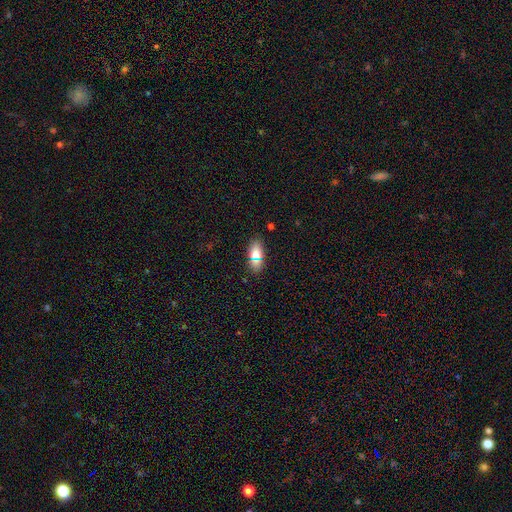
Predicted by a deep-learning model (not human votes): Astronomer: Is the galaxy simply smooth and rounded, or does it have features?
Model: smooth — 75%.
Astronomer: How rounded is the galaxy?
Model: in between — 84%.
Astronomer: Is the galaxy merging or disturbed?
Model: none — 84%.